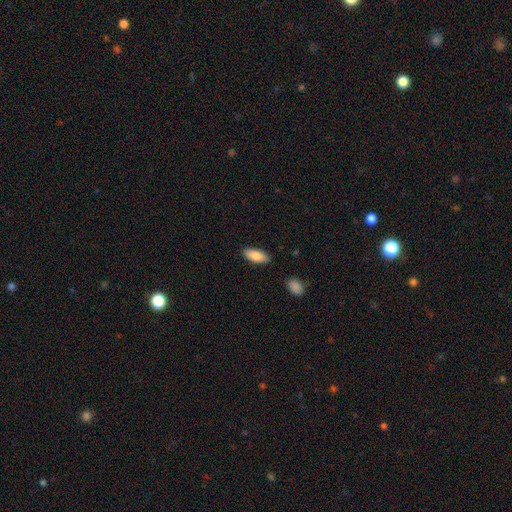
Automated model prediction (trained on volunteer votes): Smooth or featured?
  - smooth: 86% *
  - featured or disk: 8%
  - star or artifact: 6%
How rounded?
  - in between: 86% *
  - cigar-shaped: 13%
  - round: 2%
Merging?
  - none: 85% *
  - minor disturbance: 11%
  - major disturbance: 2%
  - merger: 2%